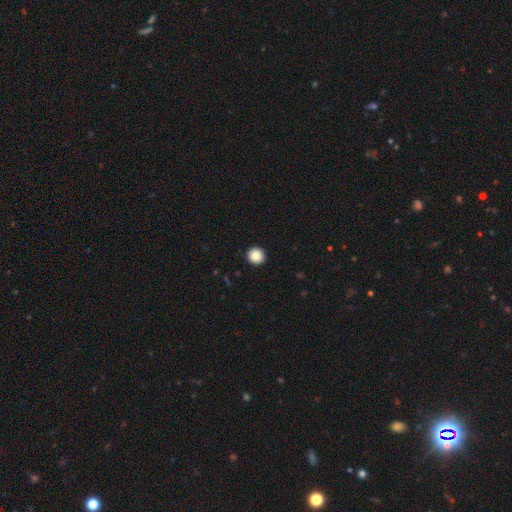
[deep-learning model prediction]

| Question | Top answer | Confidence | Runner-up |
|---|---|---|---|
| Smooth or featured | smooth | 88% | star or artifact (9%) |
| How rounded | round | 93% | in between (6%) |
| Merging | none | 93% | minor disturbance (4%) |